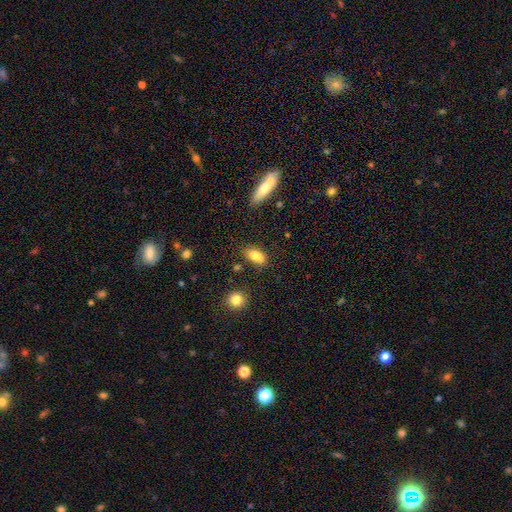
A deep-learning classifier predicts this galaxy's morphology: Smooth or featured? smooth (81%)
How rounded? in between (86%)
Merging? none (74%)